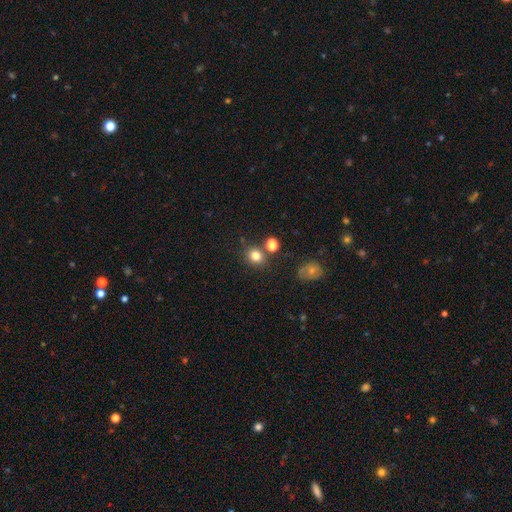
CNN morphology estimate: This is likely a smooth galaxy (79%). How rounded: likely round (69%). Merging: likely none (72%).